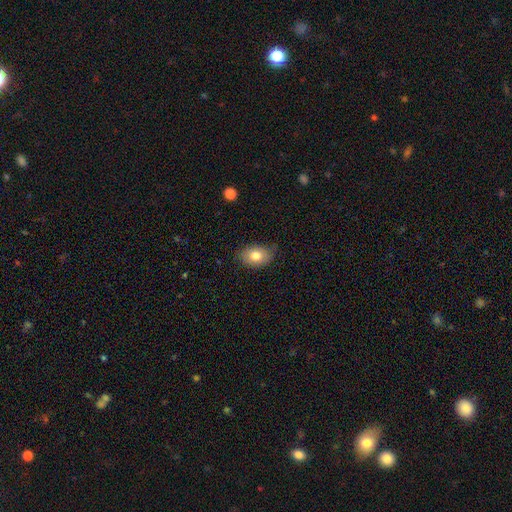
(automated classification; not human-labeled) A smooth galaxy with no disk features (79%) that is in between round and cigar-shaped (80%). Merging: none (75%).